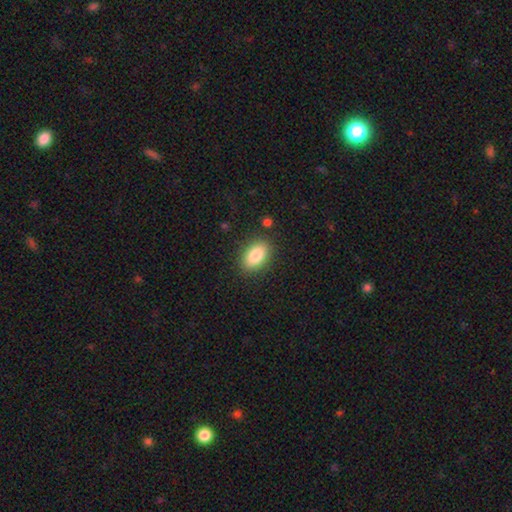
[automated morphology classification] Q: Smooth or featured?
A: smooth (84%); runner-up: featured or disk (8%)
Q: How rounded?
A: in between (90%); runner-up: round (8%)
Q: Merging?
A: none (86%); runner-up: minor disturbance (9%)